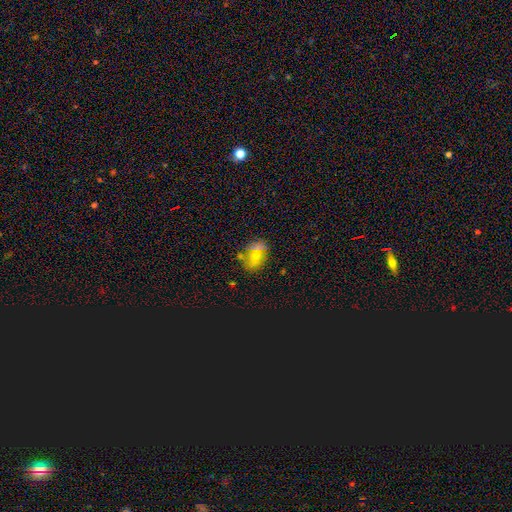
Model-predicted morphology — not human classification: This is possibly a smooth galaxy (57%). How rounded: likely in between (68%). Merging: likely none (61%).